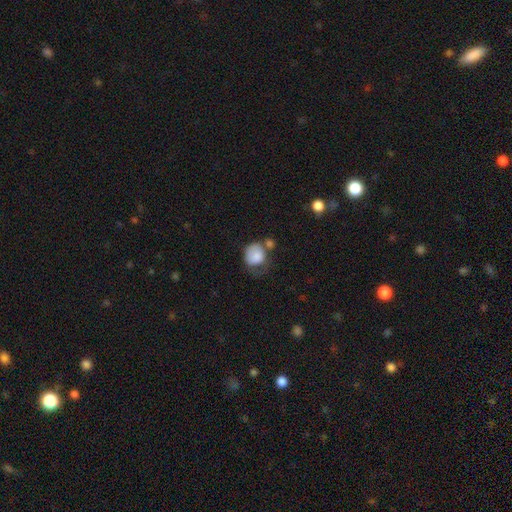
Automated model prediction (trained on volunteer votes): Morphology: type=smooth (81%); roundness=round (63%); merging=none (32%).